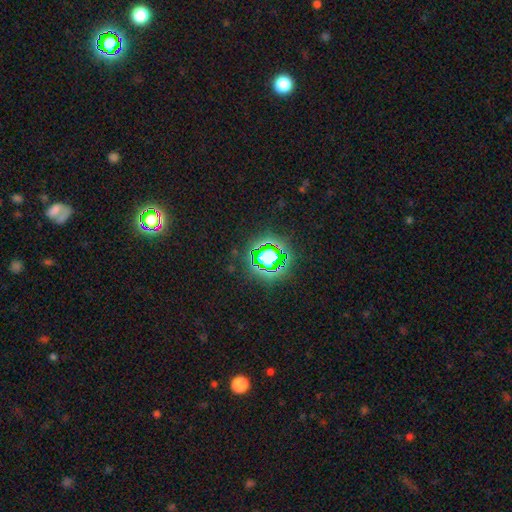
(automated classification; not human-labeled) Smooth or featured? star or artifact (80%)